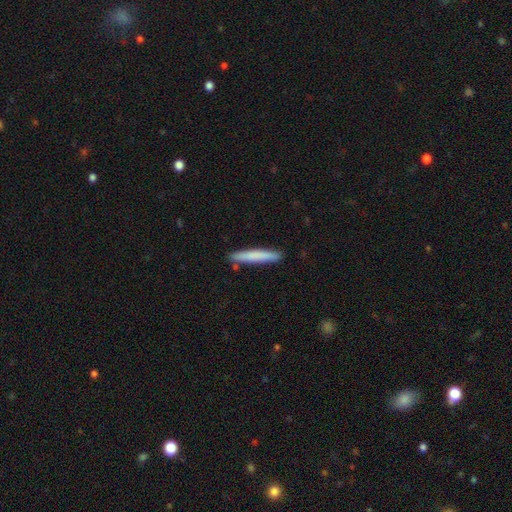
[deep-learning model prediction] Morphology: type=smooth (75%); roundness=cigar-shaped (95%); merging=none (89%).